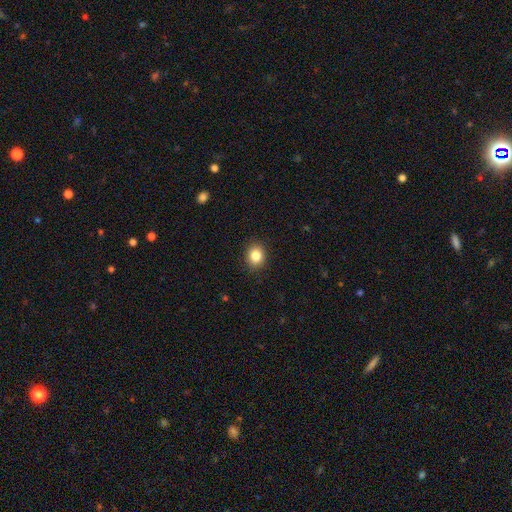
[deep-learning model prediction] Morphology: type=smooth (84%); roundness=round (68%); merging=none (89%).